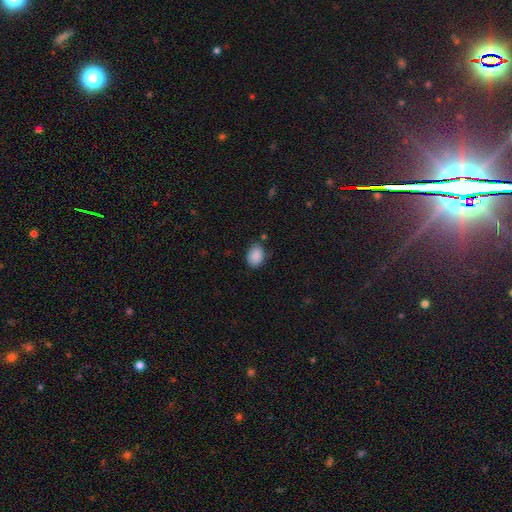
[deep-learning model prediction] smooth 89%, star or artifact 8%, featured or disk 3%. Down the decision tree: how rounded — in between (75%); merging — none (75%).